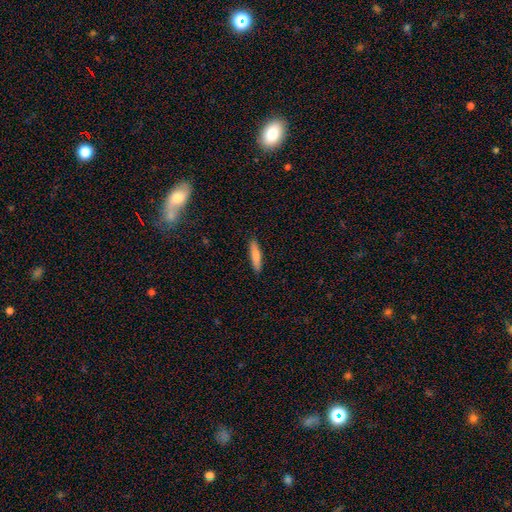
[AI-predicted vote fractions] Smooth or featured? smooth (78%)
How rounded? cigar-shaped (84%)
Merging? none (90%)